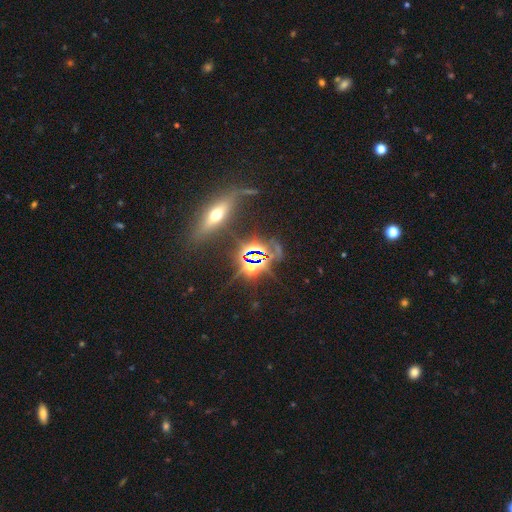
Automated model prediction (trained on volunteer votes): This appears to be a star or artifact, not a galaxy (74%).